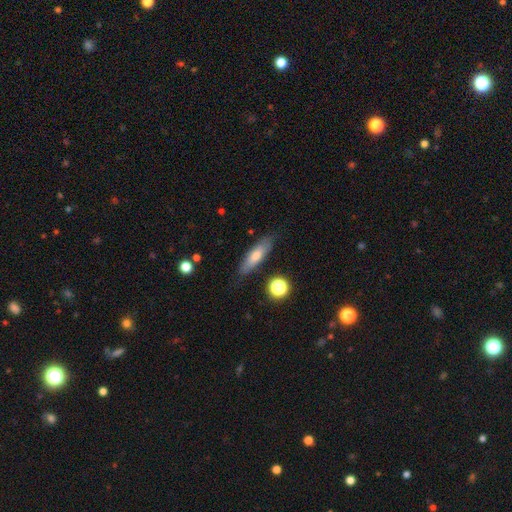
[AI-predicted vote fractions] smooth_or_featured: smooth (p=0.62) [alt: featured or disk p=0.30]
how_rounded: cigar-shaped (p=0.62) [alt: in between p=0.35]
merging: none (p=0.82) [alt: minor disturbance p=0.13]